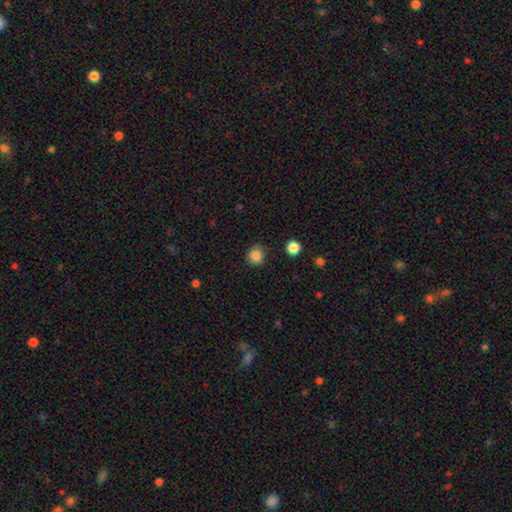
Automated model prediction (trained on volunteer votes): Smooth or featured? Predicted: smooth (p=0.85). How rounded? Predicted: round (p=0.85). Merging? Predicted: none (p=0.81).